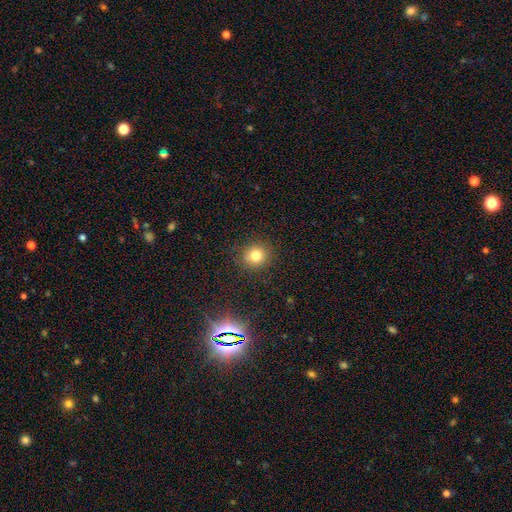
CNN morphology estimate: Overall: smooth (79%). How rounded: round (88%). Merging: none (89%).